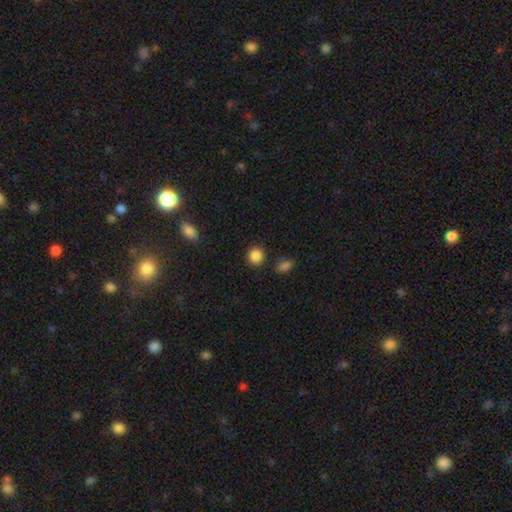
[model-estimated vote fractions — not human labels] Smooth or featured: smooth — 87% (star or artifact — 10%)
How rounded: round — 90% (in between — 9%)
Merging: none — 88% (minor disturbance — 7%)